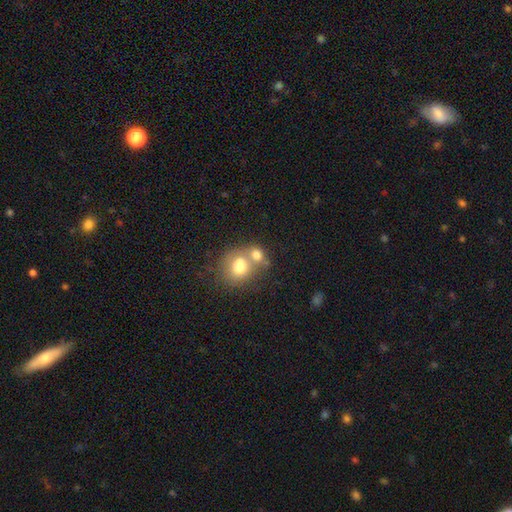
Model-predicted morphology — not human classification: Smooth or featured: smooth — 69% (featured or disk — 21%)
How rounded: round — 61% (in between — 38%)
Merging: merger — 63% (none — 26%)